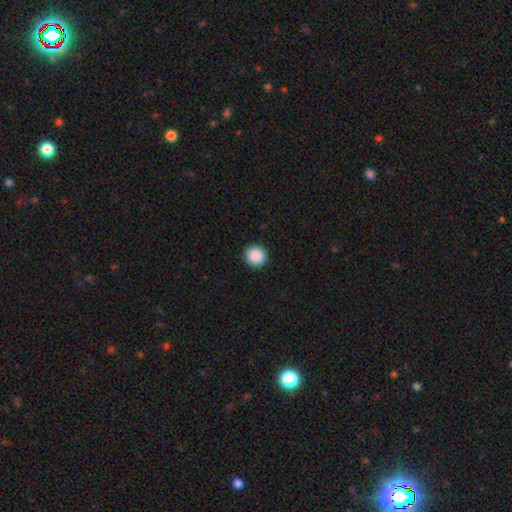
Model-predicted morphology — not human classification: Smooth or featured? Predicted: smooth (p=0.89). How rounded? Predicted: round (p=0.95). Merging? Predicted: none (p=0.93).